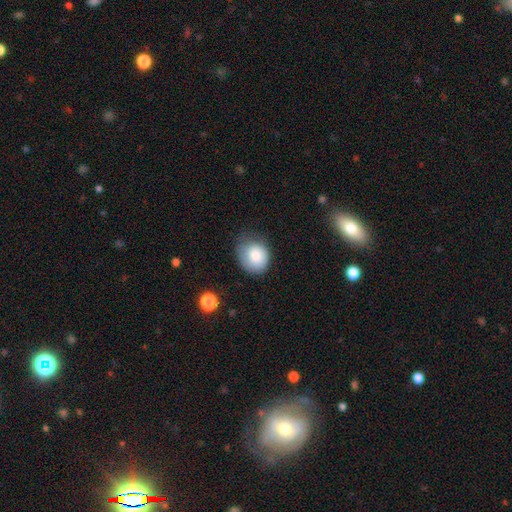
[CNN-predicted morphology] A smooth galaxy with no disk features (82%) that is round (61%).

Vote fractions:
- Smooth or featured? smooth: 82% / featured or disk: 10% / star or artifact: 8%
- How rounded? round: 61% / in between: 39% / cigar-shaped: 1%
- Merging? none: 54% / minor disturbance: 34% / major disturbance: 10% / merger: 2%